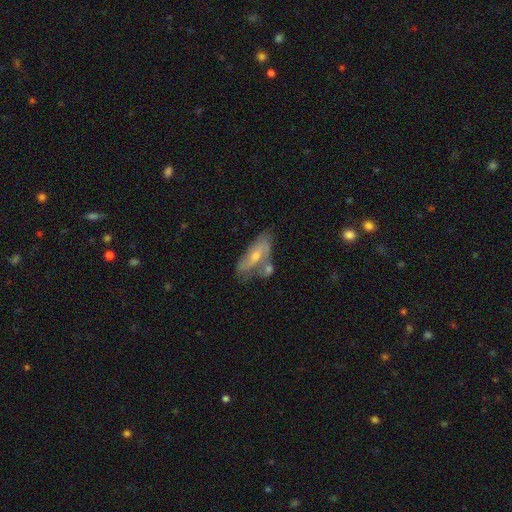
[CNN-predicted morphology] A featured or disk galaxy (55%). Merging: none (48%).